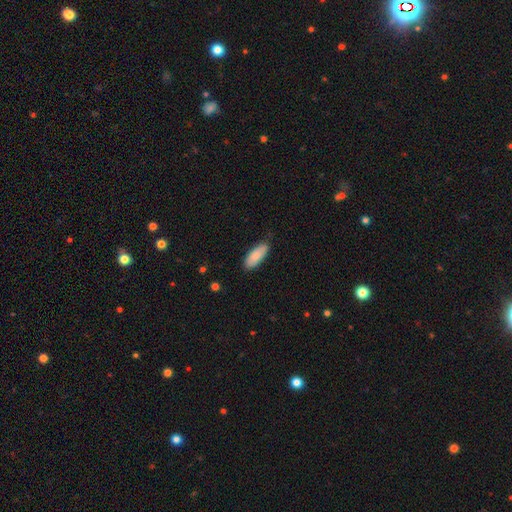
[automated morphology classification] Smooth or featured? Predicted: smooth (p=0.85). How rounded? Predicted: in between (p=0.79). Merging? Predicted: none (p=0.80).